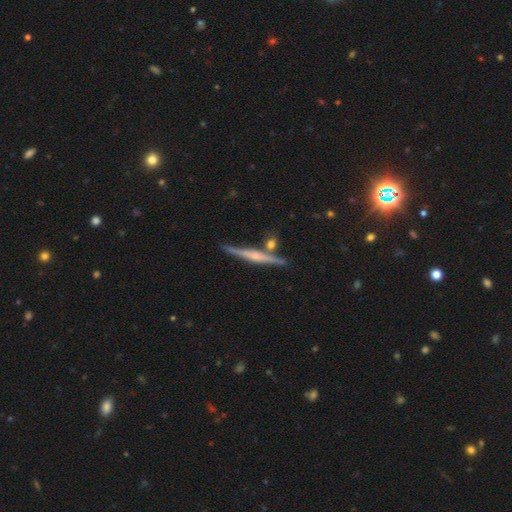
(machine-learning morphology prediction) Smooth or featured: featured or disk — 71% (smooth — 22%)
Edge-on disk: yes — 98% (no — 2%)
Edge-on bulge: rounded — 65% (none — 22%)
Merging: none — 82% (minor disturbance — 9%)